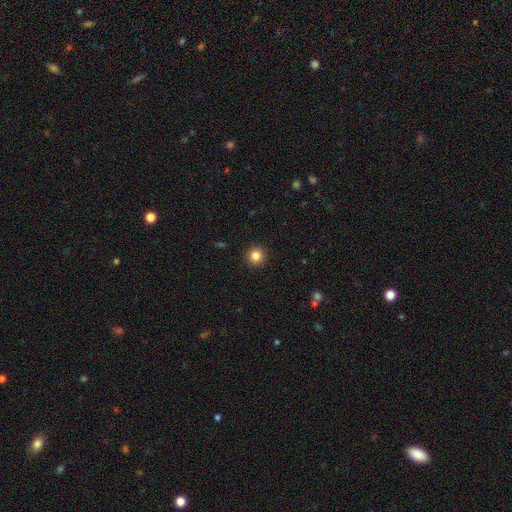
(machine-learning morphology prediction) smooth_or_featured: smooth (p=0.84) [alt: star or artifact p=0.11]
how_rounded: round (p=0.95) [alt: in between p=0.04]
merging: none (p=0.93) [alt: minor disturbance p=0.04]